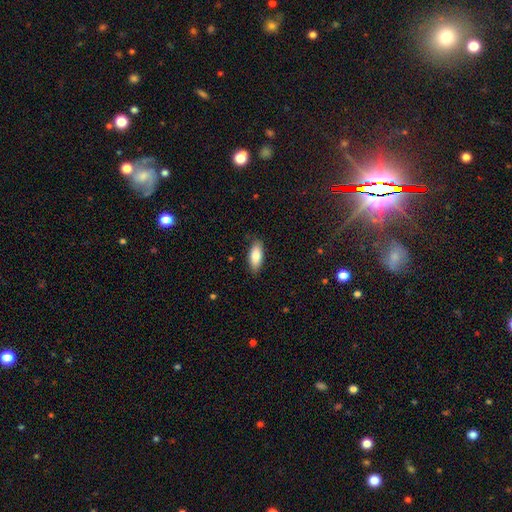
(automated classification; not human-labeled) This appears to be a smooth galaxy with no disk features (83%) that is in between round and cigar-shaped (80%). Merging: none (84%).